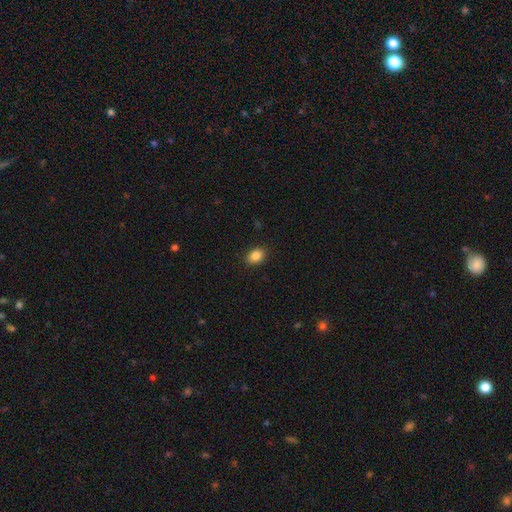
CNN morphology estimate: Q: Smooth or featured?
A: smooth (86%); runner-up: star or artifact (9%)
Q: How rounded?
A: in between (76%); runner-up: round (23%)
Q: Merging?
A: none (89%); runner-up: minor disturbance (8%)